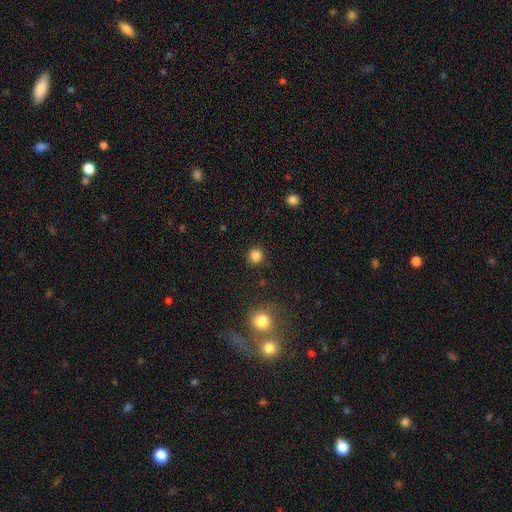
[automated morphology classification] A smooth galaxy with no disk features (84%) that is round (93%). Merging: none (90%).